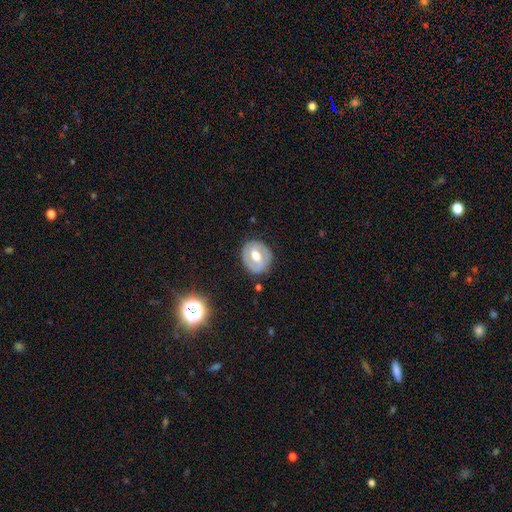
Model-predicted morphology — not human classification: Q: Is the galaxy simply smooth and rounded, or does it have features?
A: featured or disk — 62%.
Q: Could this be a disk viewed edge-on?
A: no — 95%.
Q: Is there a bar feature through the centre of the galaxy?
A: weak — 45%.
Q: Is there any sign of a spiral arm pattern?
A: yes — 54%.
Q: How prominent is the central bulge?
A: moderate — 72%.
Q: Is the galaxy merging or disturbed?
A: none — 82%.